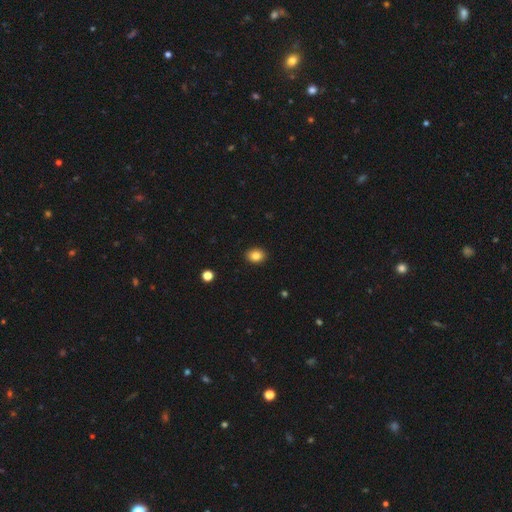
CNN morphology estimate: This appears to be a smooth galaxy with no disk features (84%) that is in between round and cigar-shaped (55%). Merging: none (91%).